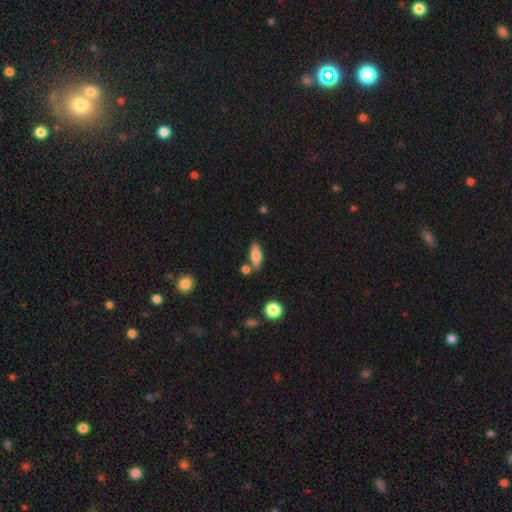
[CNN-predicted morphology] Smooth or featured?
  - smooth: 72% *
  - featured or disk: 20%
  - star or artifact: 7%
How rounded?
  - in between: 68% *
  - cigar-shaped: 28%
  - round: 3%
Merging?
  - none: 71% *
  - minor disturbance: 14%
  - merger: 12%
  - major disturbance: 3%